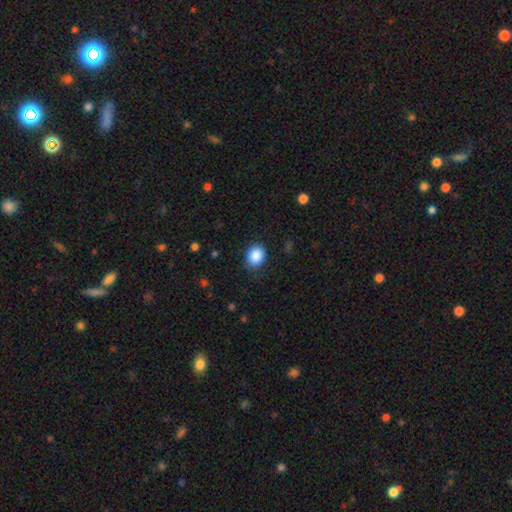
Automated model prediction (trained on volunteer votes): Smooth or featured?
  - smooth: 88% *
  - star or artifact: 8%
  - featured or disk: 3%
How rounded?
  - round: 52% *
  - in between: 47%
  - cigar-shaped: 1%
Merging?
  - none: 86% *
  - minor disturbance: 11%
  - major disturbance: 3%
  - merger: 1%